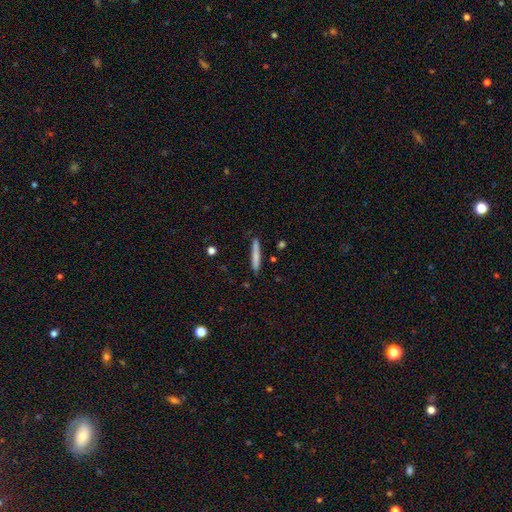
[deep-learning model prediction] Smooth or featured: smooth — 76% (featured or disk — 18%)
How rounded: cigar-shaped — 95% (in between — 4%)
Merging: none — 87% (minor disturbance — 9%)